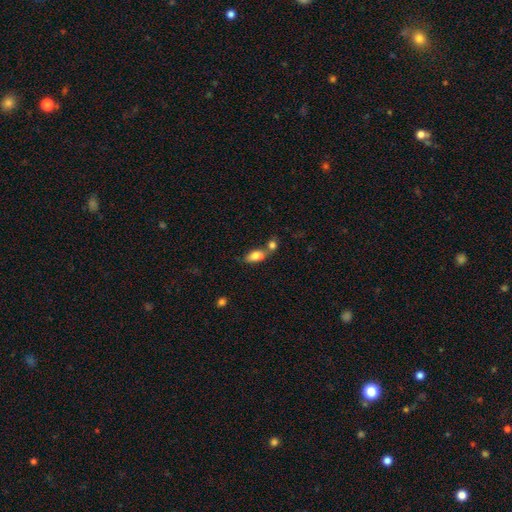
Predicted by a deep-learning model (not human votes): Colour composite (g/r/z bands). It shows a smooth galaxy with no disk features (81%) that is in between round and cigar-shaped (88%). Merging: none (46%).